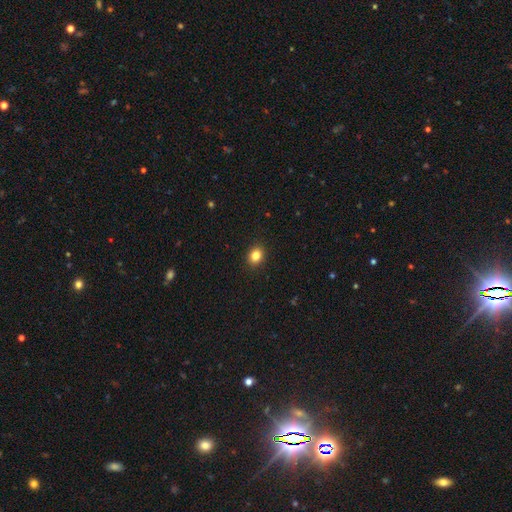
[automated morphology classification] Smooth or featured? Predicted: smooth (p=0.83). How rounded? Predicted: round (p=0.56). Merging? Predicted: none (p=0.91).